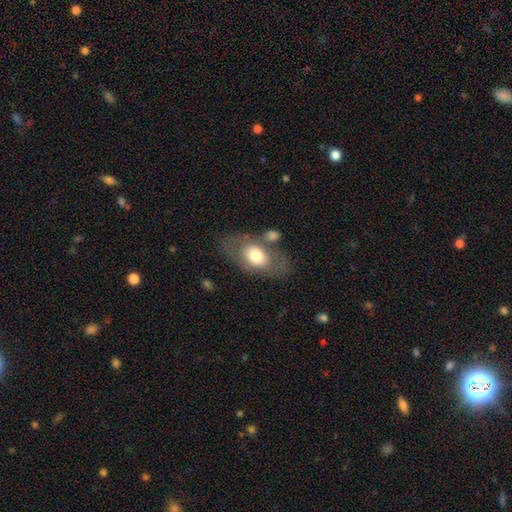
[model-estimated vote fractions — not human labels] Morphology: type=smooth (60%); roundness=in between (86%); merging=none (61%).